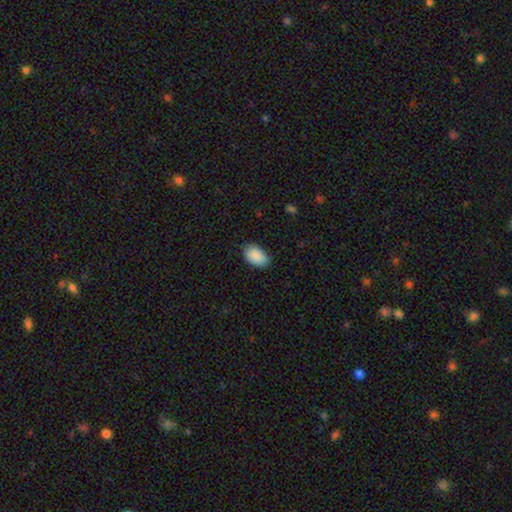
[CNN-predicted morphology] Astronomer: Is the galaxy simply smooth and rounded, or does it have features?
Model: smooth — 89%.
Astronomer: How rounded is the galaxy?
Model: in between — 91%.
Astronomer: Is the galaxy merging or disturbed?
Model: none — 80%.